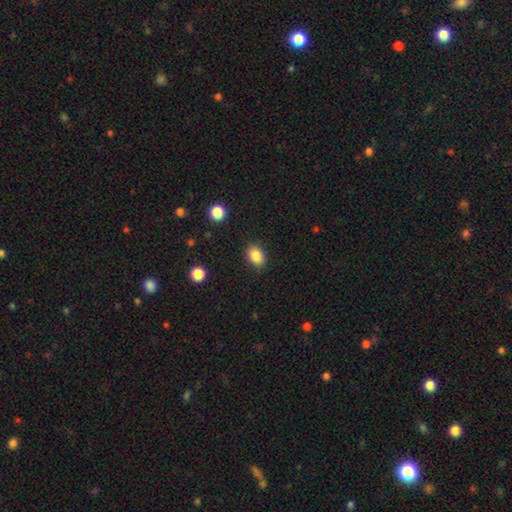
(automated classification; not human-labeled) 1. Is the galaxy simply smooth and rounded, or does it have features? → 86% smooth, 9% star or artifact, 5% featured or disk.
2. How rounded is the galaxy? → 65% in between, 34% round, 1% cigar-shaped.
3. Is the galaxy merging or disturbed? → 86% none, 10% minor disturbance, 2% major disturbance, 1% merger.